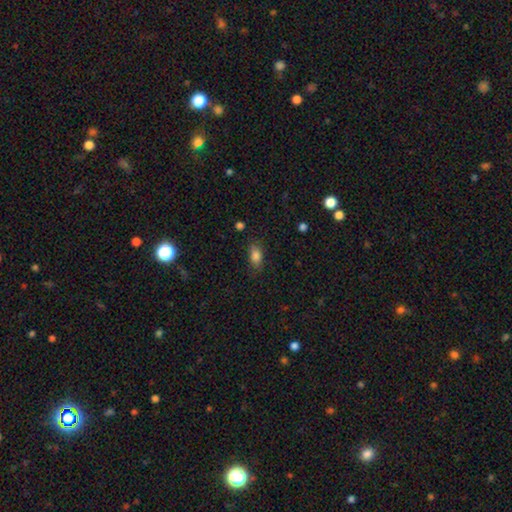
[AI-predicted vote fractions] The model was most divided on "merging": none: 78%, minor disturbance: 16%, major disturbance: 4%, merger: 1%. More confident: how rounded — in between (86%); smooth or featured — smooth (84%).